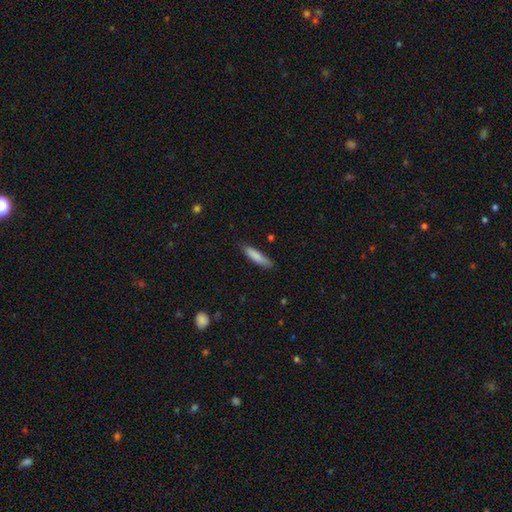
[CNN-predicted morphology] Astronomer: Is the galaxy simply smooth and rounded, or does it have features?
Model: smooth — 84%.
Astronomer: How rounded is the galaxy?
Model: cigar-shaped — 79%.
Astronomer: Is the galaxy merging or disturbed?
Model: none — 82%.